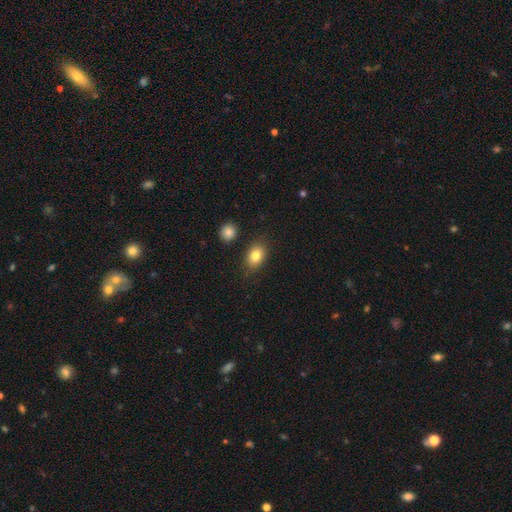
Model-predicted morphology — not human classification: Smooth or featured? smooth (82%)
How rounded? in between (73%)
Merging? none (81%)